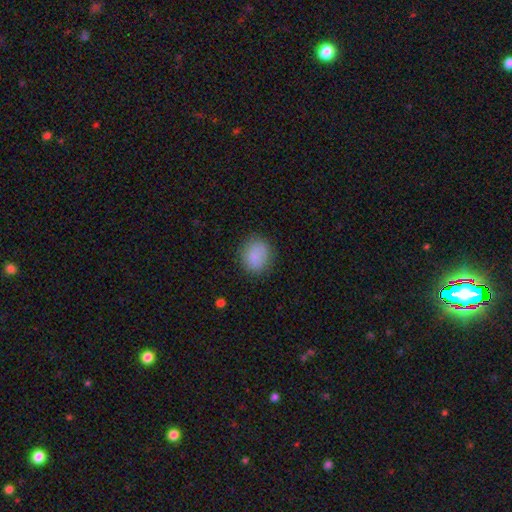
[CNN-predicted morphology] Smooth or featured? Predicted: smooth (p=0.85). How rounded? Predicted: round (p=0.67). Merging? Predicted: none (p=0.83).